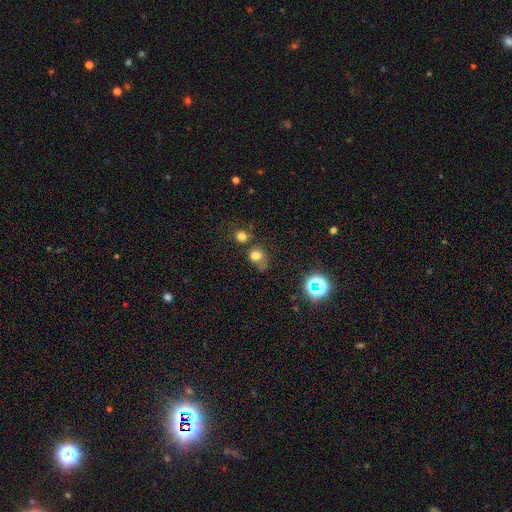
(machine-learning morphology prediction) Smooth or featured: smooth — 71% (star or artifact — 18%)
How rounded: round — 61% (in between — 37%)
Merging: none — 36% (minor disturbance — 23%)